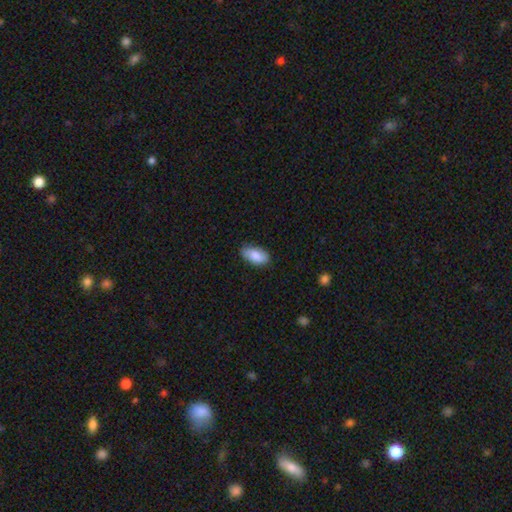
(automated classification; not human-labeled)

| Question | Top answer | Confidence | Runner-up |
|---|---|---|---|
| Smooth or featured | smooth | 86% | featured or disk (8%) |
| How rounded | in between | 94% | cigar-shaped (4%) |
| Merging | none | 79% | minor disturbance (17%) |